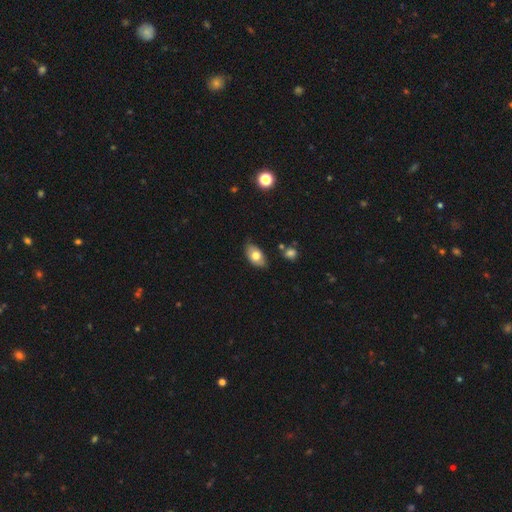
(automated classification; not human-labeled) smooth_or_featured: smooth (p=0.71) [alt: featured or disk p=0.22]
how_rounded: in between (p=0.91) [alt: round p=0.07]
merging: none (p=0.76) [alt: minor disturbance p=0.19]